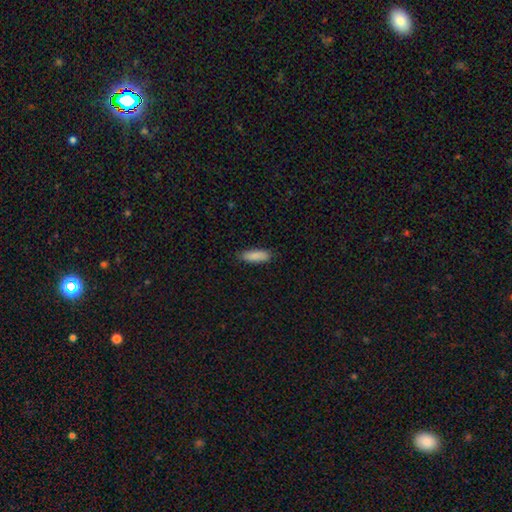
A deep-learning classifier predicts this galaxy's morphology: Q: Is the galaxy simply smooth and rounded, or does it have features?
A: smooth — 89%.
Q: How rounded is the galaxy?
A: in between — 59%.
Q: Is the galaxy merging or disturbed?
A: none — 86%.